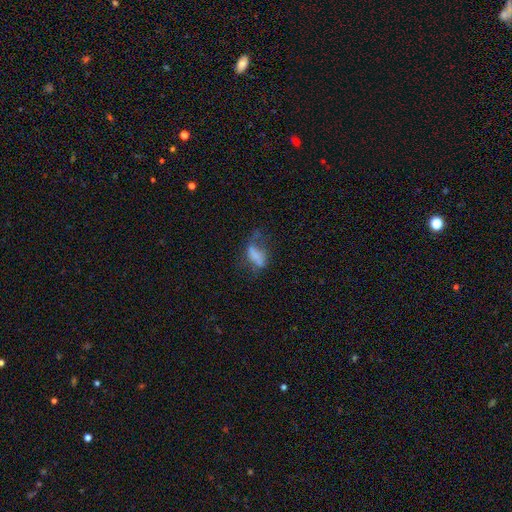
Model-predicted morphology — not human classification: This appears to be a smooth galaxy with no disk features (50%). Merging: major disturbance (39%).